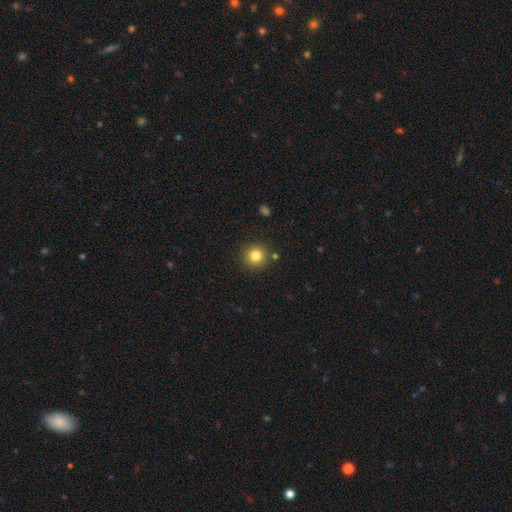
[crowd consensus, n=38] A smooth galaxy with no disk features (82%) that is round (97%).

Vote fractions:
- Smooth or featured? smooth: 82% / featured or disk: 11% / star or artifact: 8%
- How rounded? round: 97% / in between: 3% / cigar-shaped: 0%
- Merging? none: 86% / major disturbance: 6% / merger: 6% / minor disturbance: 3%